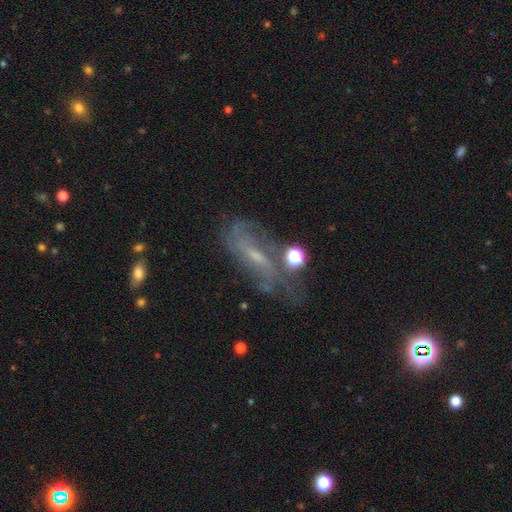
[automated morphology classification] smooth-or-featured: featured or disk: 67% | smooth: 19% | star or artifact: 13%
  disk-edge-on: no: 82% | yes: 18%
    bar: weak: 45% | no: 37% | strong: 18%
    has-spiral-arms: yes: 74% | no: 26%
    bulge-size: small: 58% | moderate: 27% | none: 12% | large: 2% | dominant: 1%
  merging: none: 53% | minor disturbance: 21% | major disturbance: 18% | merger: 8%